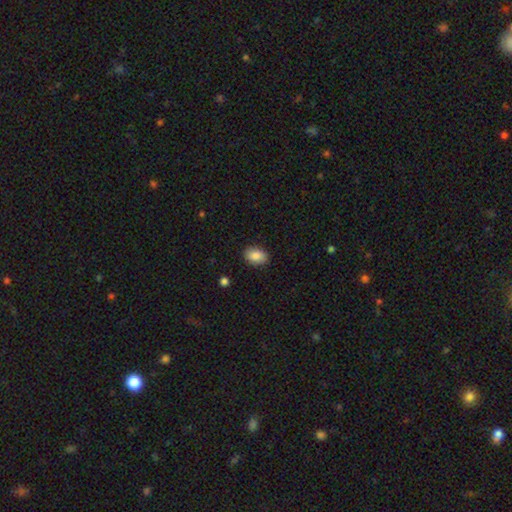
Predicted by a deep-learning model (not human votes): Smooth or featured? smooth (87%)
How rounded? in between (84%)
Merging? none (88%)